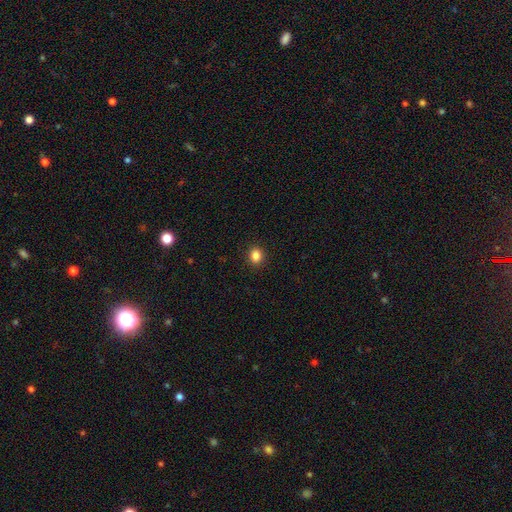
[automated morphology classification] Smooth or featured: smooth — 85% (star or artifact — 11%)
How rounded: round — 66% (in between — 33%)
Merging: none — 91% (minor disturbance — 6%)